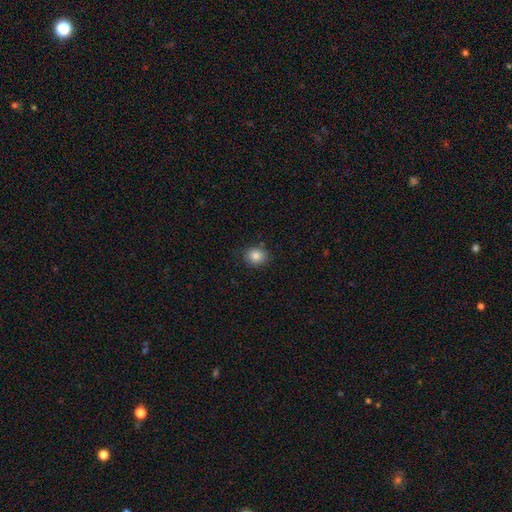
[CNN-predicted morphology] A smooth galaxy with no disk features (85%) that is round (75%).

Vote fractions:
- Smooth or featured? smooth: 85% / star or artifact: 10% / featured or disk: 5%
- How rounded? round: 75% / in between: 24% / cigar-shaped: 1%
- Merging? none: 84% / minor disturbance: 11% / major disturbance: 3% / merger: 2%